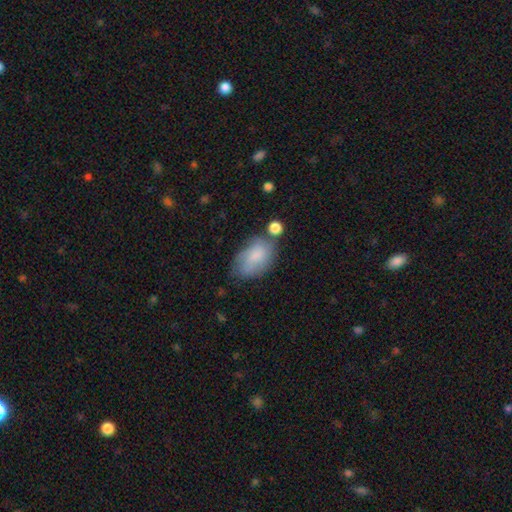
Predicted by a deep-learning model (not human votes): This is likely a smooth galaxy (72%). How rounded: clearly in between (90%). Merging: possibly none (49%).